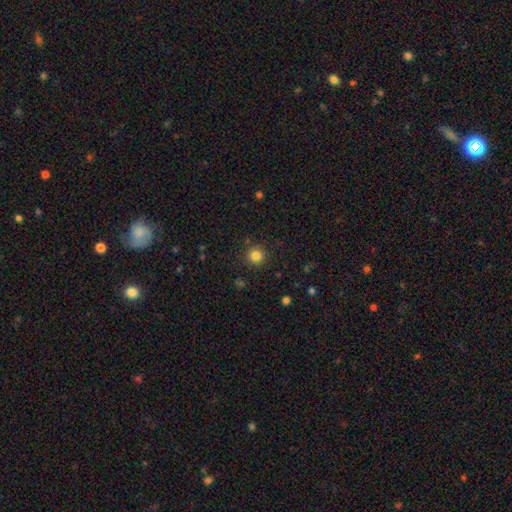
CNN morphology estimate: Q: Smooth or featured?
A: smooth (82%); runner-up: star or artifact (13%)
Q: How rounded?
A: round (94%); runner-up: in between (5%)
Q: Merging?
A: none (90%); runner-up: minor disturbance (7%)